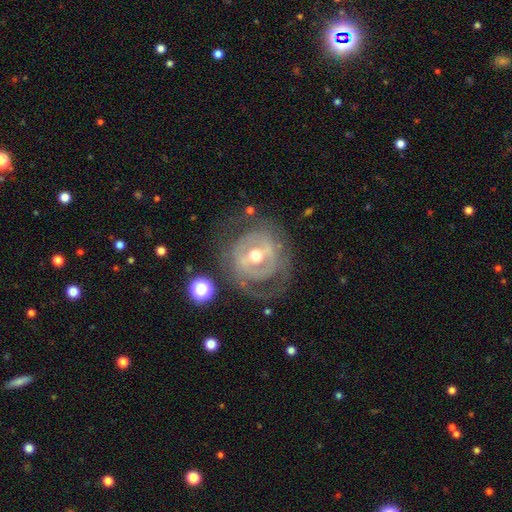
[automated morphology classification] This is likely a featured or disk galaxy (78%). It is clearly not viewed edge-on (95%). Bar: marginally strong (38%, tied with weak). Spiral arm pattern: possibly yes (60%). Central bulge: likely moderate (71%). Merging: likely none (64%).